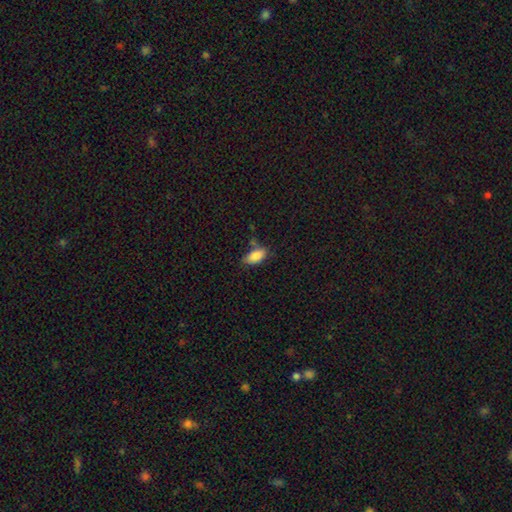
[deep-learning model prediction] Morphology: type=smooth (87%); roundness=in between (92%); merging=none (64%).